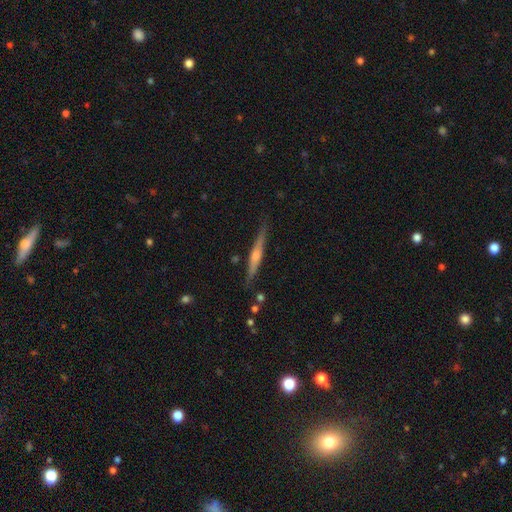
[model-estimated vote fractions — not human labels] Smooth or featured? Predicted: featured or disk (p=0.64). Edge-on disk? Predicted: yes (p=0.97). Edge-on bulge? Predicted: rounded (p=0.72). Merging? Predicted: none (p=0.86).